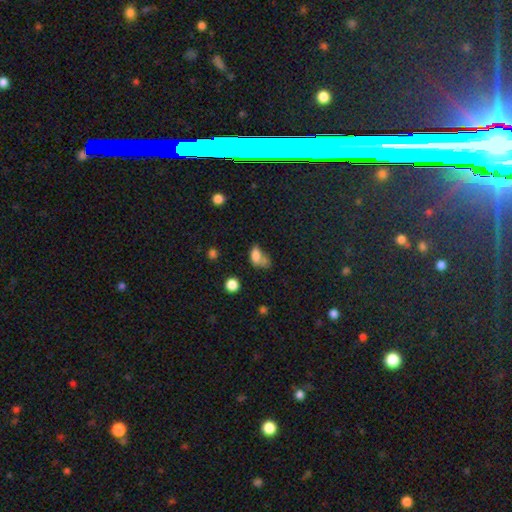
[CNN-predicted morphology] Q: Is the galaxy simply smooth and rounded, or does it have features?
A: smooth — 73%.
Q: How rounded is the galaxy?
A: in between — 81%.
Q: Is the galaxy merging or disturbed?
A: merger — 34%.